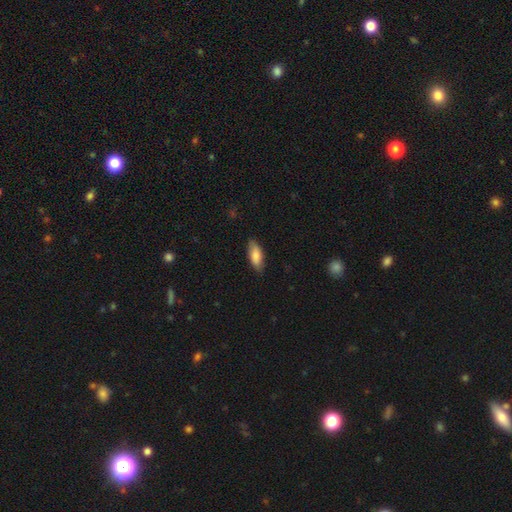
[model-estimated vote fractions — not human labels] smooth 82%, featured or disk 12%, star or artifact 6%. Down the decision tree: how rounded — in between (77%); merging — none (83%).